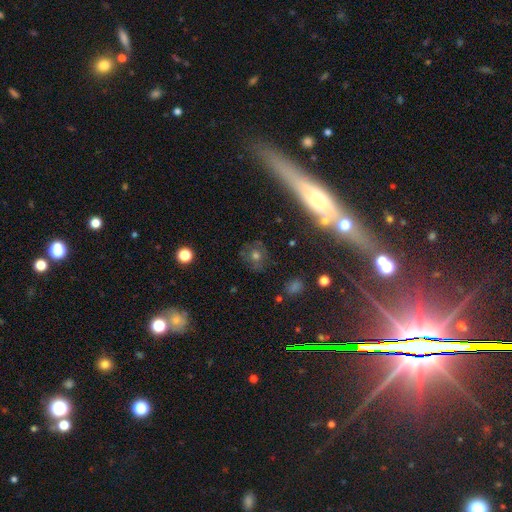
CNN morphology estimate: smooth 48%, featured or disk 26%, star or artifact 26%. Down the decision tree: merging — none (73%).